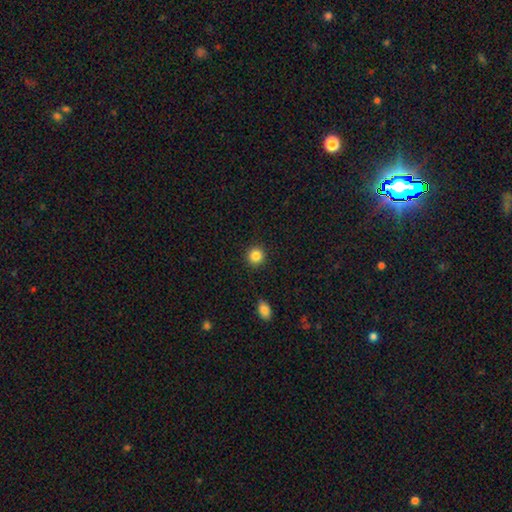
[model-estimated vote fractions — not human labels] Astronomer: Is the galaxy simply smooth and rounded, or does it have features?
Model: smooth — 86%.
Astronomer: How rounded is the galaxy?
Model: round — 93%.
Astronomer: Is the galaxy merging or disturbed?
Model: none — 91%.